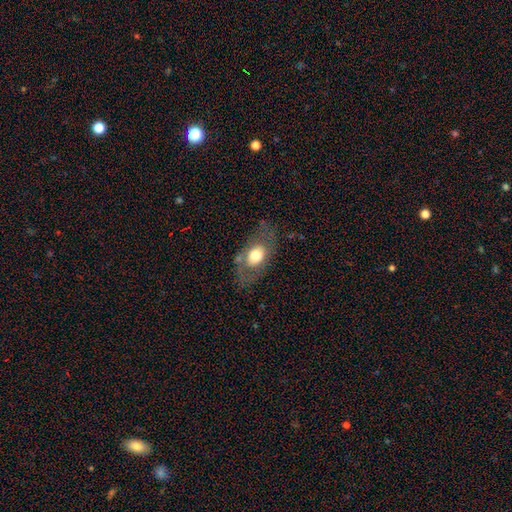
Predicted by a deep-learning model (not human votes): Overall: smooth (56%; featured or disk 37%). How rounded: in between (84%). Merging: none (71%).